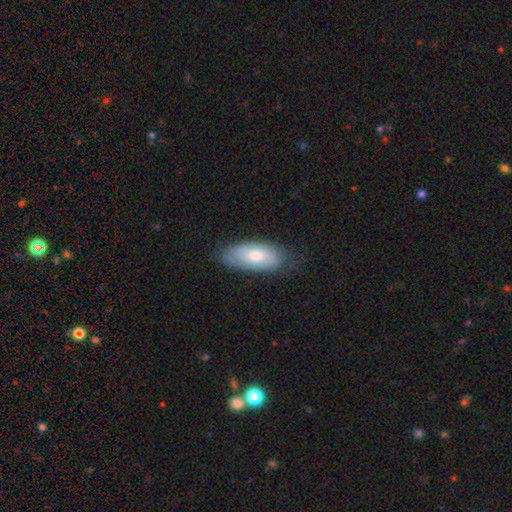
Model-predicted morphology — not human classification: The model was most divided on "smooth or featured": smooth: 59%, featured or disk: 35%, star or artifact: 6%. More confident: how rounded — in between (88%); merging — none (72%).